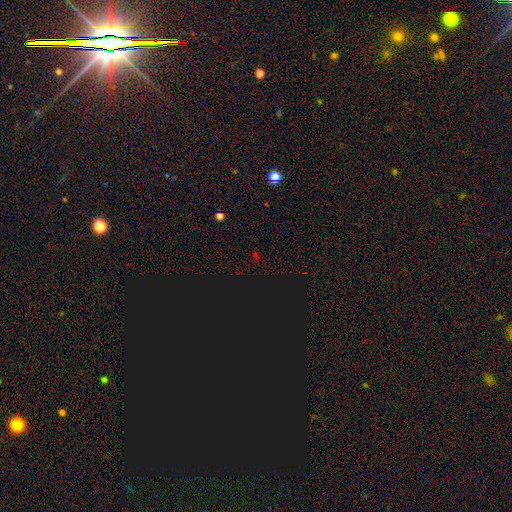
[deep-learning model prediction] A star or artifact, not a galaxy (73%).